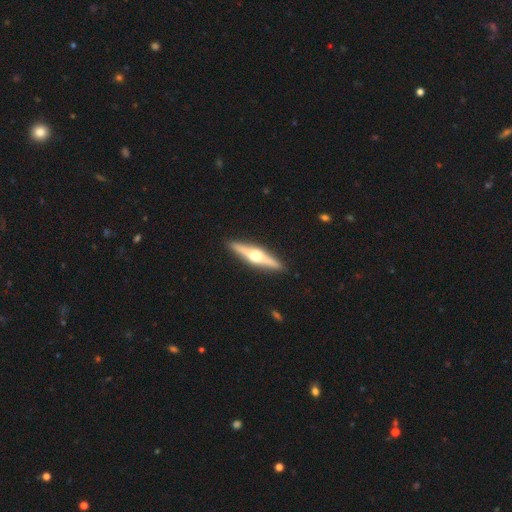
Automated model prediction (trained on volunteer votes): This is likely a featured or disk galaxy (74%). It is clearly viewed edge-on (98%). Edge-on bulge: clearly rounded (95%). Merging: clearly none (92%).